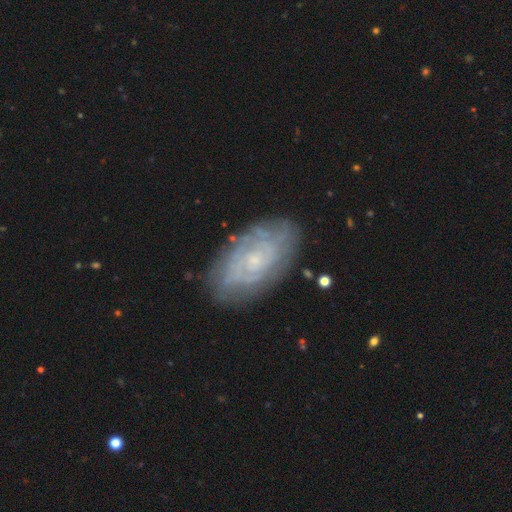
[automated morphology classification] Q: Smooth or featured?
A: featured or disk (66%); runner-up: smooth (24%)
Q: Edge-on disk?
A: no (93%); runner-up: yes (7%)
Q: Bar?
A: no (76%); runner-up: weak (20%)
Q: Spiral arms?
A: yes (79%); runner-up: no (21%)
Q: Bulge size?
A: small (70%); runner-up: moderate (23%)
Q: Merging?
A: none (81%); runner-up: minor disturbance (13%)